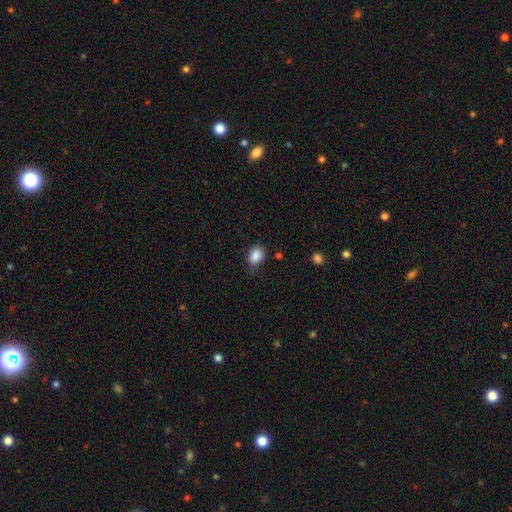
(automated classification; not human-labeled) Smooth or featured? Predicted: smooth (p=0.87). How rounded? Predicted: in between (p=0.64). Merging? Predicted: none (p=0.76).